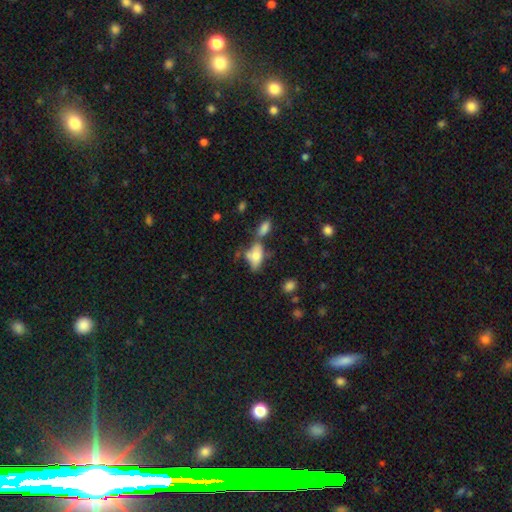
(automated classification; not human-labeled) A smooth galaxy with no disk features (68%) that is in between round and cigar-shaped (86%).

Vote fractions:
- Smooth or featured? smooth: 68% / featured or disk: 23% / star or artifact: 9%
- How rounded? in between: 86% / cigar-shaped: 9% / round: 5%
- Merging? none: 39% / merger: 28% / minor disturbance: 21% / major disturbance: 12%